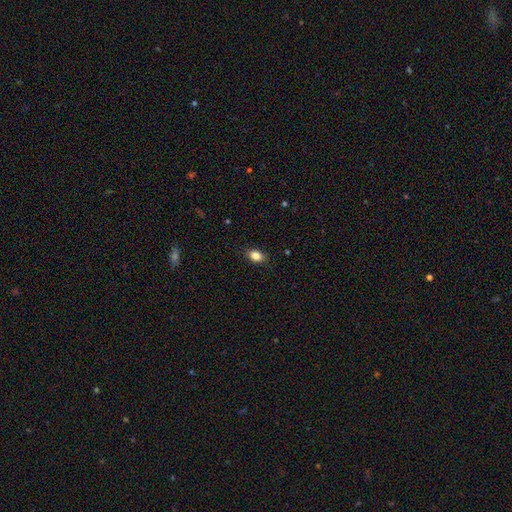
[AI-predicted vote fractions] Q: Smooth or featured?
A: smooth (85%); runner-up: star or artifact (9%)
Q: How rounded?
A: in between (78%); runner-up: round (20%)
Q: Merging?
A: none (86%); runner-up: minor disturbance (11%)